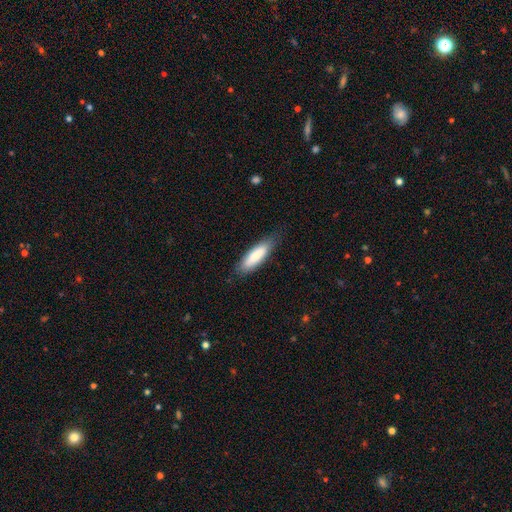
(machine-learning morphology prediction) type=smooth (83%); roundness=cigar-shaped (52%); merging=none (77%).